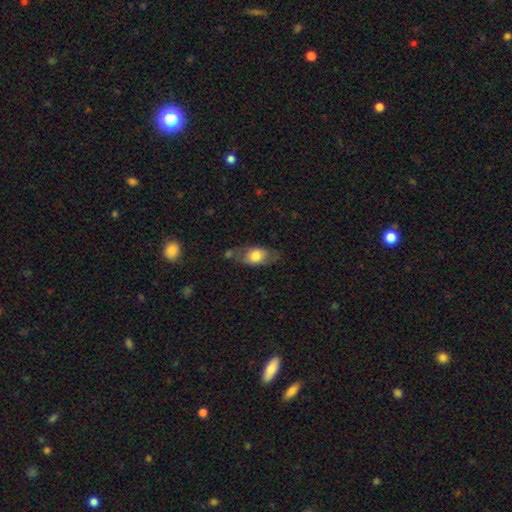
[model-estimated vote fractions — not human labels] A smooth galaxy with no disk features (65%) that is in between round and cigar-shaped (81%).

Vote fractions:
- Smooth or featured? smooth: 65% / featured or disk: 28% / star or artifact: 7%
- How rounded? in between: 81% / round: 11% / cigar-shaped: 8%
- Merging? none: 61% / minor disturbance: 23% / major disturbance: 10% / merger: 6%